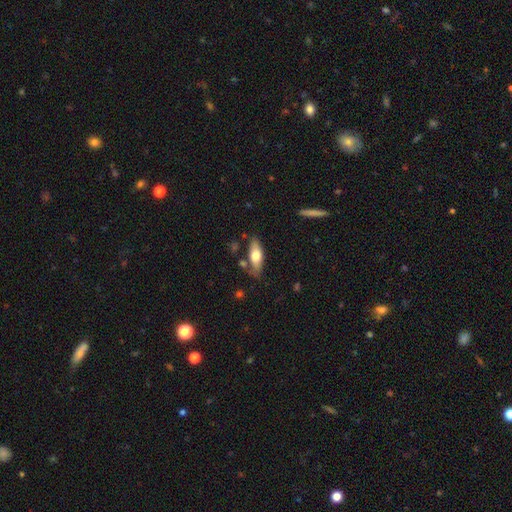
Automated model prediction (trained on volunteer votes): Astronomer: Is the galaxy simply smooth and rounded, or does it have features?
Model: smooth — 65%.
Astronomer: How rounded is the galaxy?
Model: in between — 71%.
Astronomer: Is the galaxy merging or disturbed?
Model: none — 72%.